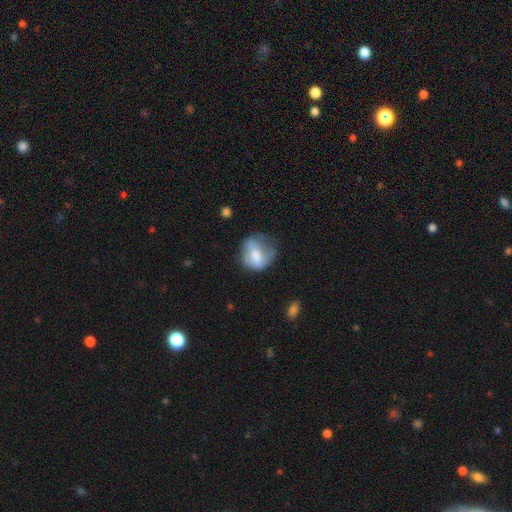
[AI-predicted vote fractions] A smooth galaxy with no disk features (62%) that is round (66%).

Vote fractions:
- Smooth or featured? smooth: 62% / featured or disk: 30% / star or artifact: 8%
- How rounded? round: 66% / in between: 32% / cigar-shaped: 1%
- Merging? none: 45% / minor disturbance: 31% / major disturbance: 21% / merger: 3%